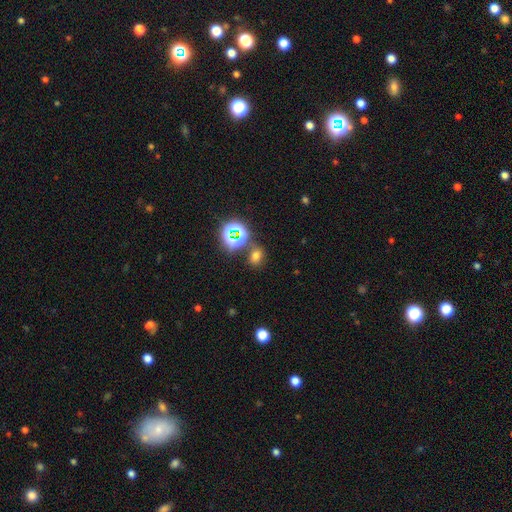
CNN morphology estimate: The model was most divided on "how rounded": in between: 54%, round: 45%, cigar-shaped: 1%. More confident: merging — none (71%); smooth or featured — smooth (60%).